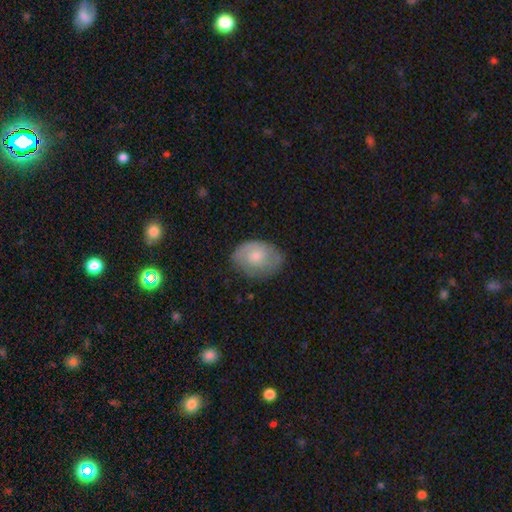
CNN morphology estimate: Overall: smooth (53%; featured or disk 40%). How rounded: in between (71%). Merging: none (69%).